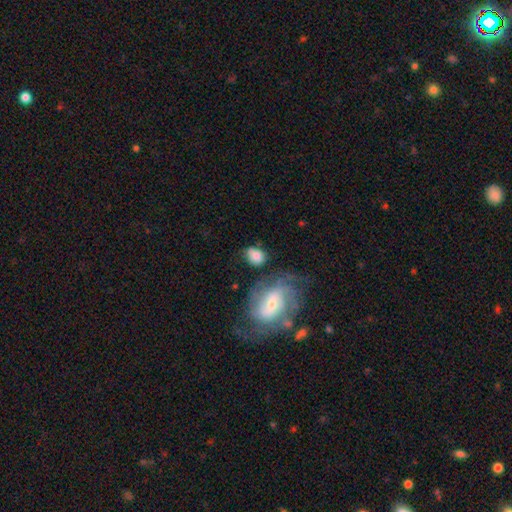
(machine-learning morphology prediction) smooth_or_featured: smooth (p=0.69) [alt: featured or disk p=0.23]
how_rounded: in between (p=0.52) [alt: round p=0.46]
merging: none (p=0.53) [alt: minor disturbance p=0.22]